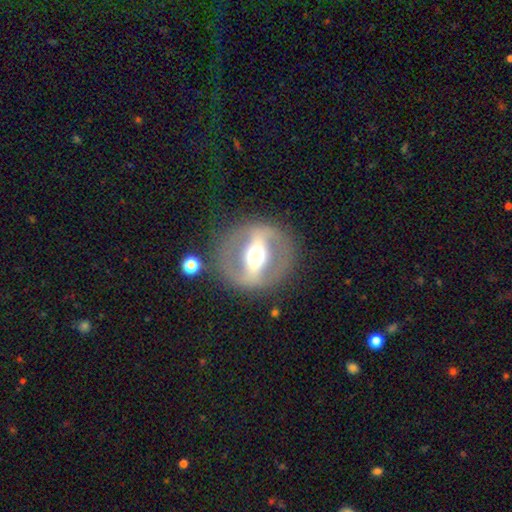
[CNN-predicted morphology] Smooth or featured? Predicted: featured or disk (p=0.76). Edge-on disk? Predicted: no (p=0.83). Bar? Predicted: strong (p=0.74). Spiral arms? Predicted: no (p=0.73). Bulge size? Predicted: moderate (p=0.56). Merging? Predicted: none (p=0.81).